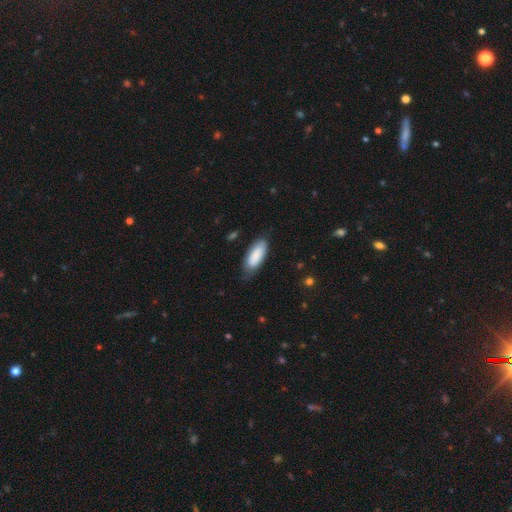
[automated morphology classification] Overall: smooth (87%). How rounded: in between (79%). Merging: none (69%).